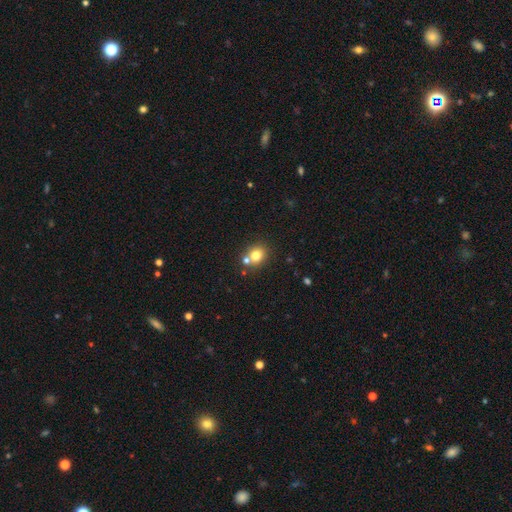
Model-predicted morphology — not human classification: smooth_or_featured: smooth (p=0.77) [alt: star or artifact p=0.13]
how_rounded: round (p=0.73) [alt: in between p=0.26]
merging: none (p=0.63) [alt: merger p=0.25]